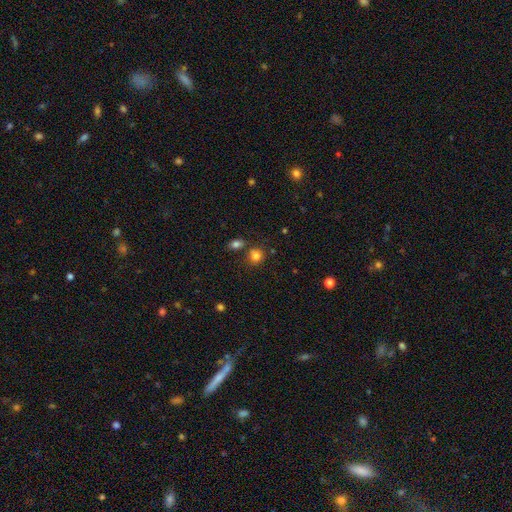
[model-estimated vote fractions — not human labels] Smooth or featured? Predicted: smooth (p=0.81). How rounded? Predicted: round (p=0.73). Merging? Predicted: none (p=0.69).